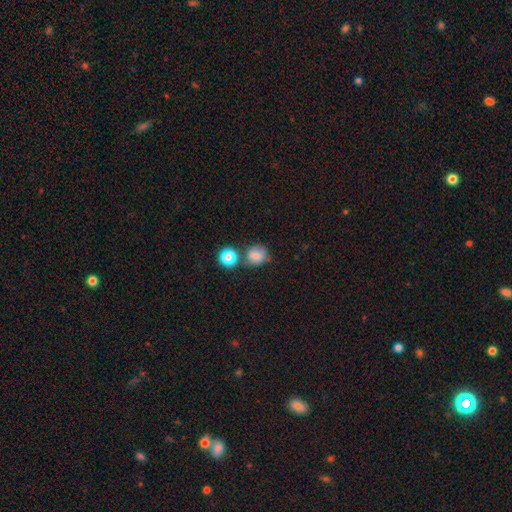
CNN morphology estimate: smooth-or-featured: smooth: 78% | star or artifact: 11% | featured or disk: 10%
  how-rounded: round: 74% | in between: 25% | cigar-shaped: 1%
  merging: none: 52% | merger: 24% | minor disturbance: 18% | major disturbance: 7%